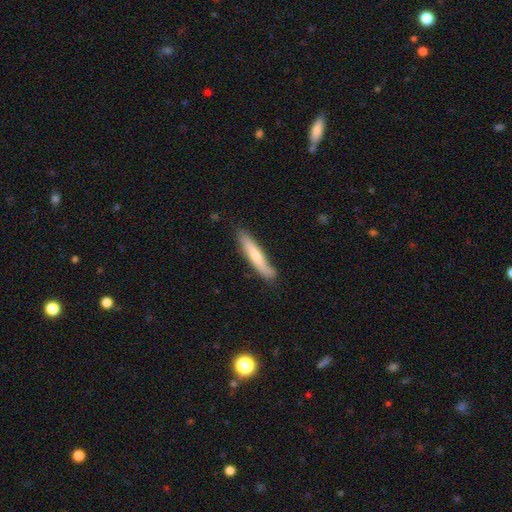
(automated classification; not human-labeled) Smooth or featured? smooth (63%)
How rounded? cigar-shaped (90%)
Merging? none (77%)